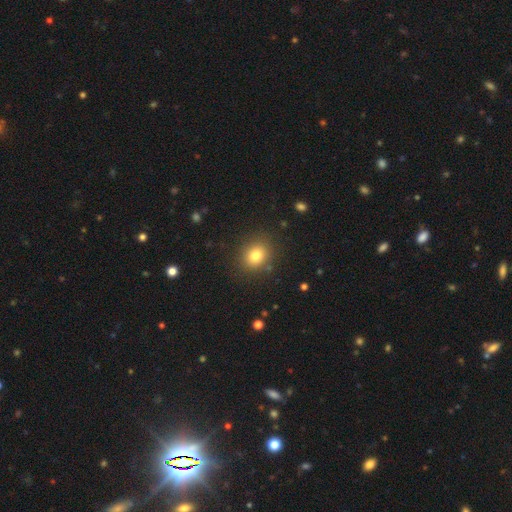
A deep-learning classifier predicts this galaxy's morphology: Smooth or featured? smooth (80%)
How rounded? round (68%)
Merging? none (86%)